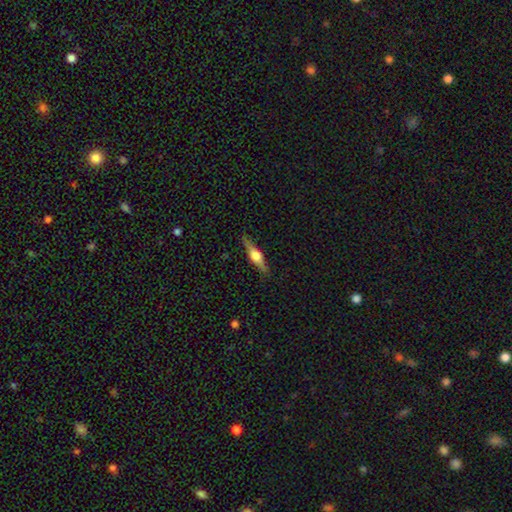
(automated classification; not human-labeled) Smooth or featured?
  - featured or disk: 71% *
  - smooth: 23%
  - star or artifact: 6%
Edge-on disk?
  - yes: 97% *
  - no: 3%
Edge-on bulge?
  - rounded: 92% *
  - boxy: 6%
  - none: 2%
Merging?
  - none: 88% *
  - minor disturbance: 9%
  - major disturbance: 2%
  - merger: 1%